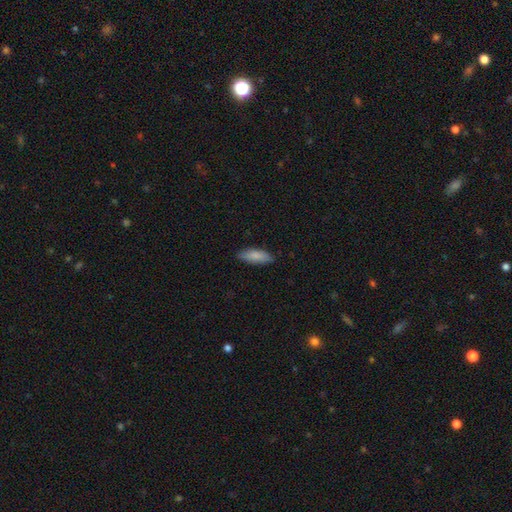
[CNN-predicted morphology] The model was most divided on "how rounded": in between: 67%, cigar-shaped: 31%, round: 2%. More confident: smooth or featured — smooth (85%); merging — none (83%).